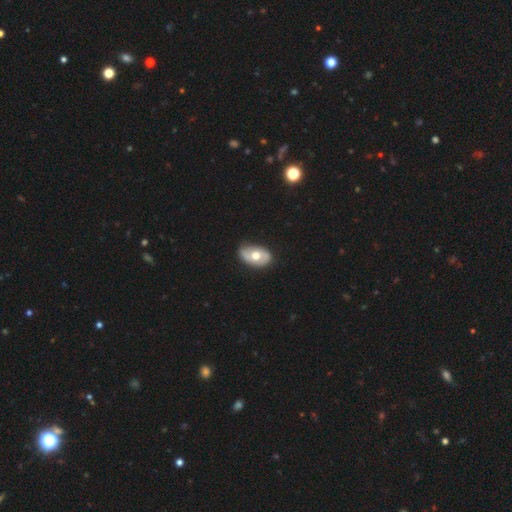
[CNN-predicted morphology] type=featured or disk (52%); edge-on=no (92%); merging=none (75%).